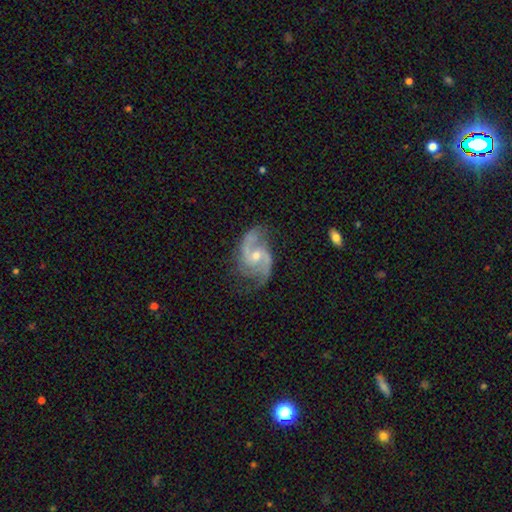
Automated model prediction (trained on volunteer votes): Smooth or featured?
  - featured or disk: 90% *
  - star or artifact: 5%
  - smooth: 5%
Edge-on disk?
  - no: 98% *
  - yes: 2%
Bar?
  - no: 51% *
  - weak: 39%
  - strong: 10%
Spiral arms?
  - yes: 98% *
  - no: 2%
Spiral winding?
  - medium: 53% *
  - loose: 32%
  - tight: 16%
Spiral arm count?
  - 2: 84% *
  - 3: 7%
  - can't tell: 3%
  - 1: 2%
  - 4: 2%
  - more than 4: 2%
Bulge size?
  - moderate: 50% *
  - small: 46%
  - large: 2%
  - none: 2%
  - dominant: 1%
Merging?
  - none: 70% *
  - minor disturbance: 20%
  - major disturbance: 8%
  - merger: 2%